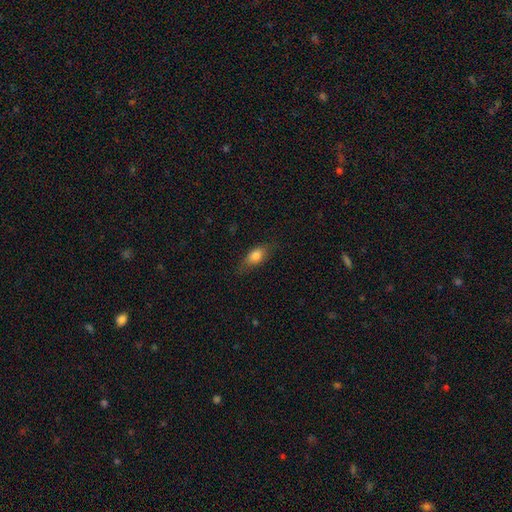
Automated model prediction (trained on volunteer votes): Overall: smooth (78%). How rounded: in between (81%). Merging: none (75%).